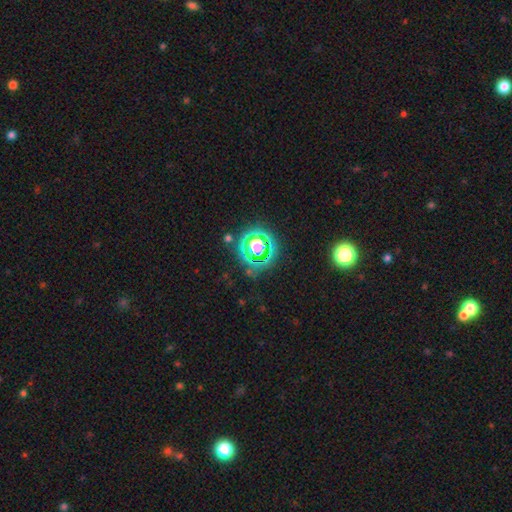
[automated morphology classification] This is likely a star or artifact rather than a galaxy (72%).